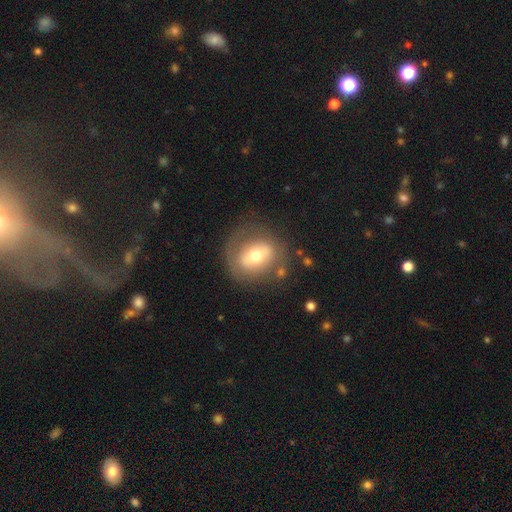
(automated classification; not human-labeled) featured or disk 49%, smooth 43%, star or artifact 7%. Down the decision tree: merging — none (71%).